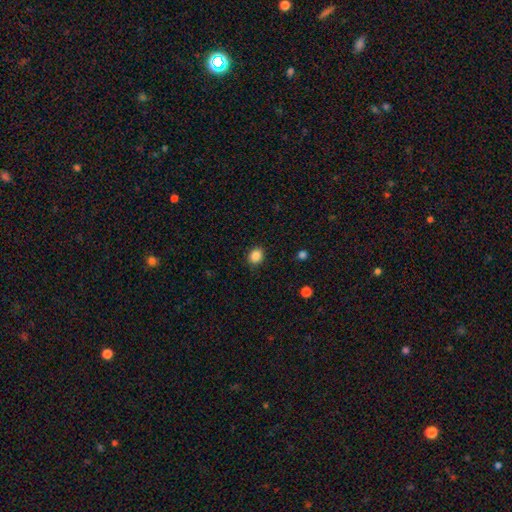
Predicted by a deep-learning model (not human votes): Q: Smooth or featured?
A: smooth (87%); runner-up: star or artifact (10%)
Q: How rounded?
A: round (63%); runner-up: in between (36%)
Q: Merging?
A: none (89%); runner-up: minor disturbance (8%)